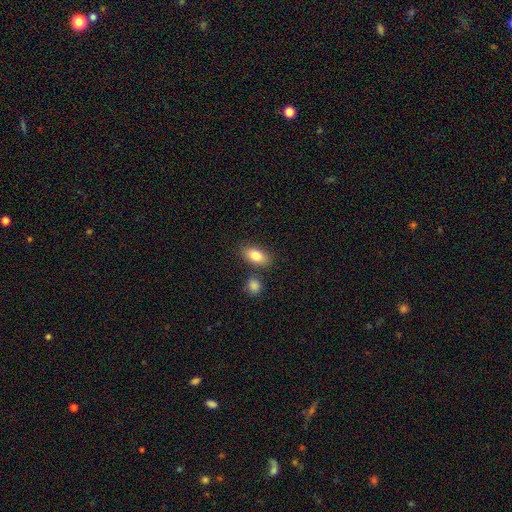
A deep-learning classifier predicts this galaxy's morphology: Smooth or featured? smooth (81%)
How rounded? in between (89%)
Merging? none (78%)